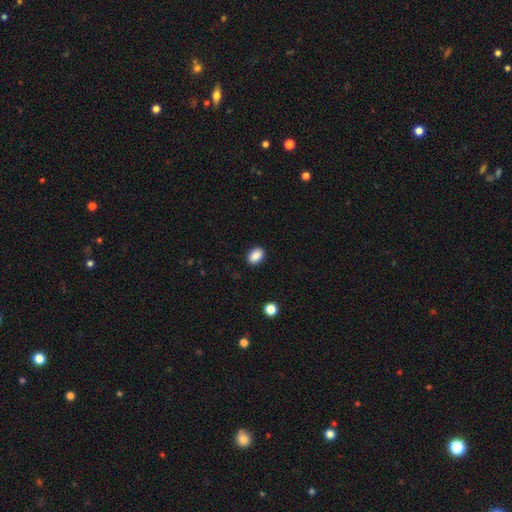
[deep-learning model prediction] A smooth galaxy with no disk features (89%) that is in between round and cigar-shaped (76%).

Vote fractions:
- Smooth or featured? smooth: 89% / star or artifact: 8% / featured or disk: 3%
- How rounded? in between: 76% / round: 23% / cigar-shaped: 1%
- Merging? none: 90% / minor disturbance: 7% / major disturbance: 2% / merger: 1%